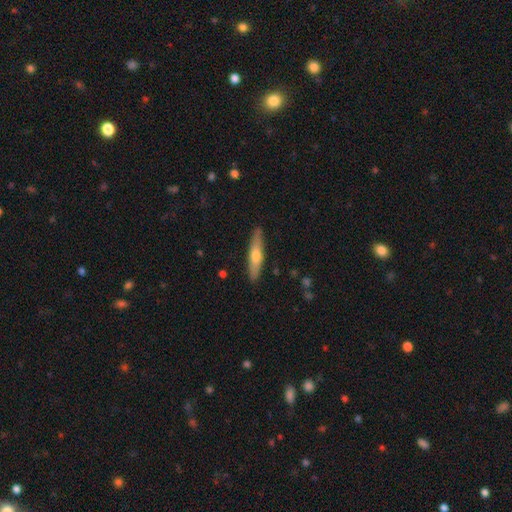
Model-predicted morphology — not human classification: Smooth or featured?
  - smooth: 51% *
  - featured or disk: 43%
  - star or artifact: 5%
How rounded?
  - cigar-shaped: 85% *
  - in between: 13%
  - round: 2%
Merging?
  - none: 89% *
  - minor disturbance: 8%
  - major disturbance: 2%
  - merger: 1%